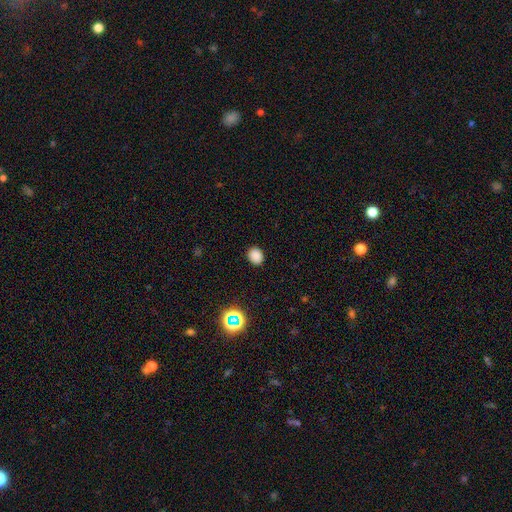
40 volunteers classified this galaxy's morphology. Q: Smooth or featured?
A: smooth (90%); runner-up: star or artifact (10%)
Q: How rounded?
A: round (53%); runner-up: in between (44%)
Q: Merging?
A: none (94%); runner-up: minor disturbance (6%)